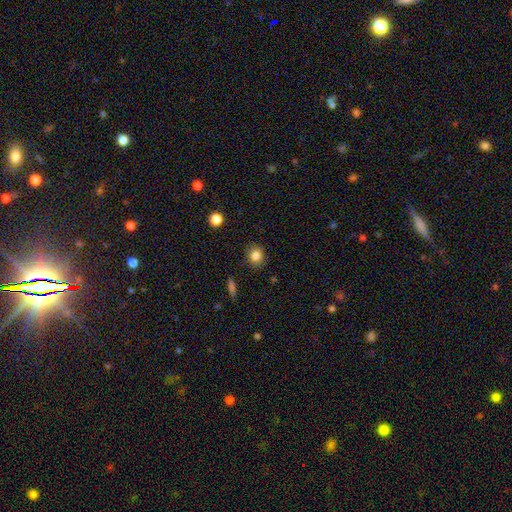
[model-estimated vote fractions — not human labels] A smooth galaxy with no disk features (83%) that is round (78%).

Vote fractions:
- Smooth or featured? smooth: 83% / star or artifact: 11% / featured or disk: 6%
- How rounded? round: 78% / in between: 21% / cigar-shaped: 1%
- Merging? none: 88% / minor disturbance: 9% / major disturbance: 2% / merger: 1%